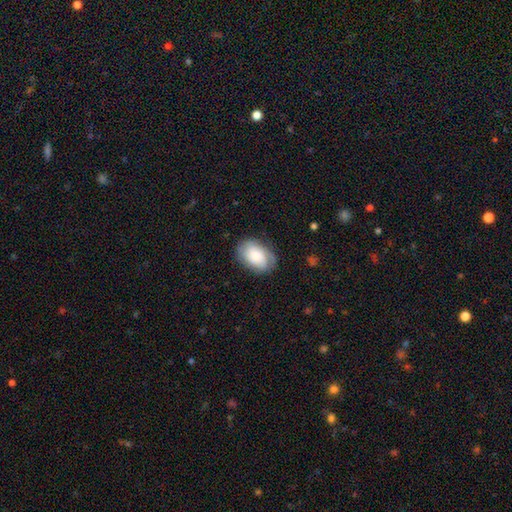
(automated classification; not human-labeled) Q: Smooth or featured?
A: smooth (59%); runner-up: featured or disk (33%)
Q: How rounded?
A: in between (86%); runner-up: round (13%)
Q: Merging?
A: none (71%); runner-up: minor disturbance (21%)